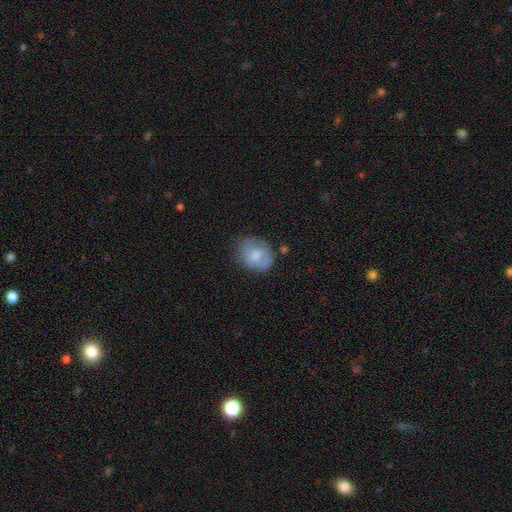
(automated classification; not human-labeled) Smooth or featured? Predicted: smooth (p=0.63). How rounded? Predicted: round (p=0.54). Merging? Predicted: none (p=0.63).